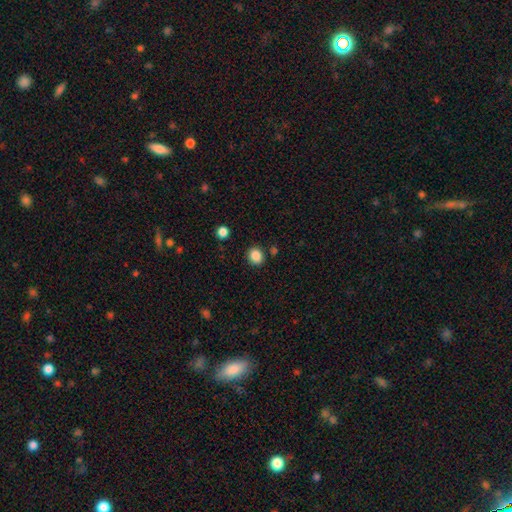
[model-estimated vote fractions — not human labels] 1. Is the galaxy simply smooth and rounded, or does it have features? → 86% smooth, 10% star or artifact, 4% featured or disk.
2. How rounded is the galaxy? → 71% round, 28% in between, 1% cigar-shaped.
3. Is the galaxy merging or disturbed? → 86% none, 8% minor disturbance, 3% merger, 3% major disturbance.